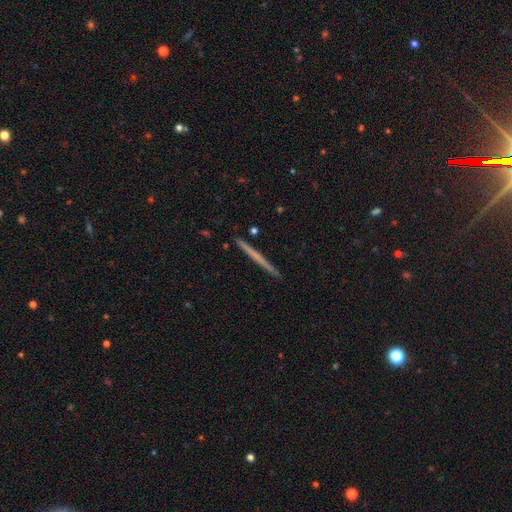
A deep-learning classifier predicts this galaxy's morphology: smooth-or-featured: featured or disk: 53% | smooth: 42% | star or artifact: 5%
  disk-edge-on: yes: 98% | no: 2%
    edge-on-bulge: none: 88% | rounded: 9% | boxy: 3%
  merging: none: 93% | minor disturbance: 5% | merger: 1% | major disturbance: 1%